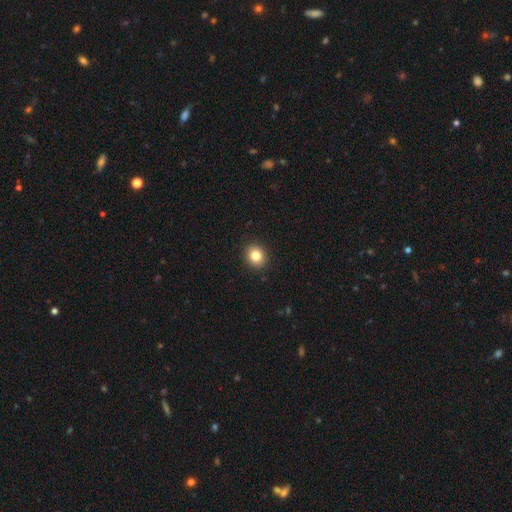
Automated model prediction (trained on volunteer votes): Smooth or featured? smooth (82%)
How rounded? round (72%)
Merging? none (91%)